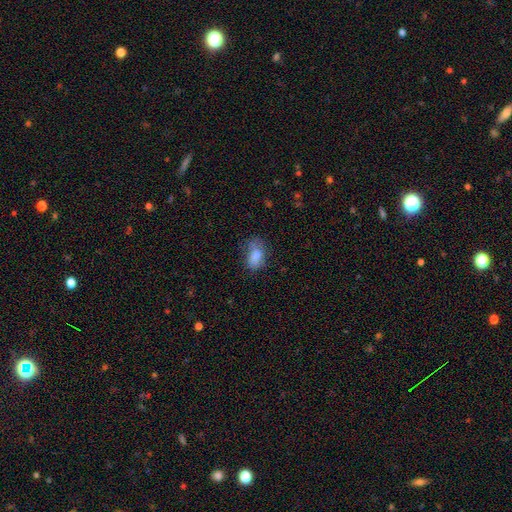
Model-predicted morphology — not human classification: Smooth or featured?
  - smooth: 77% *
  - featured or disk: 13%
  - star or artifact: 10%
How rounded?
  - in between: 87% *
  - round: 11%
  - cigar-shaped: 2%
Merging?
  - none: 42% *
  - minor disturbance: 31%
  - major disturbance: 20%
  - merger: 7%